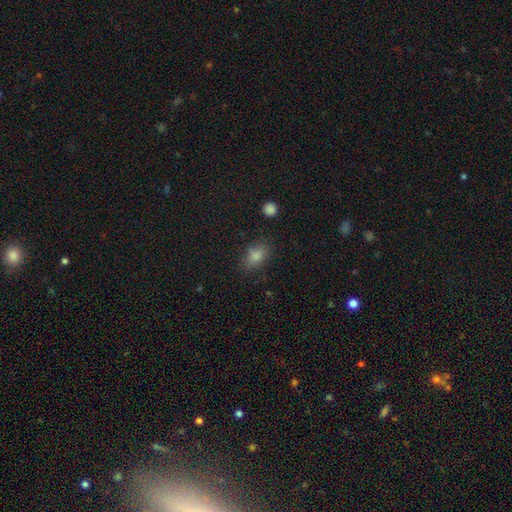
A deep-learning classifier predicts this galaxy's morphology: A smooth galaxy with no disk features (77%) that is in between round and cigar-shaped (78%).

Vote fractions:
- Smooth or featured? smooth: 77% / star or artifact: 16% / featured or disk: 7%
- How rounded? in between: 78% / round: 19% / cigar-shaped: 2%
- Merging? none: 82% / minor disturbance: 13% / major disturbance: 3% / merger: 2%